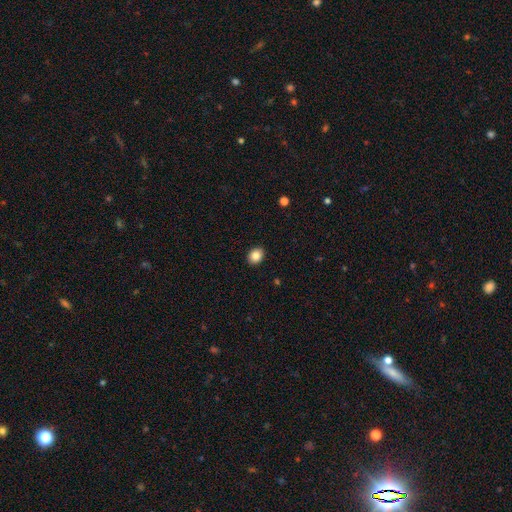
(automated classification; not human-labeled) This is clearly a smooth galaxy (85%). How rounded: possibly in between (50%). Merging: clearly none (91%).